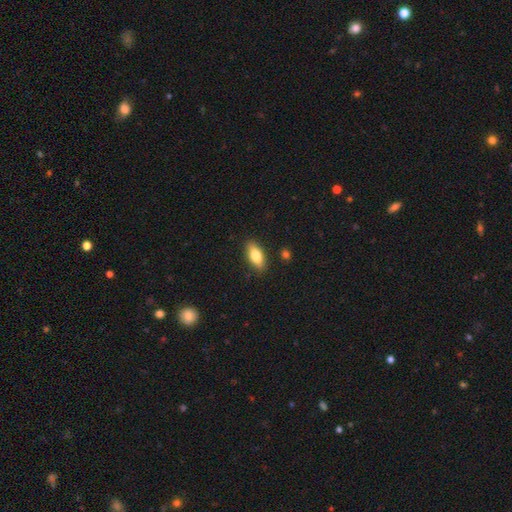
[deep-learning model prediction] smooth 75%, featured or disk 18%, star or artifact 7%. Down the decision tree: how rounded — in between (79%); merging — none (87%).